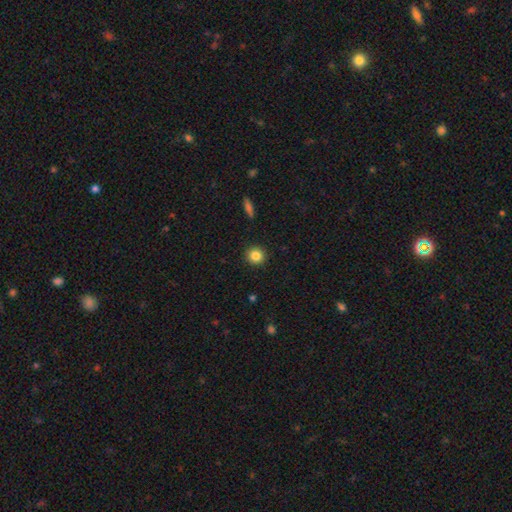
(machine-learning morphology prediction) smooth 85%, star or artifact 10%, featured or disk 5%. Down the decision tree: how rounded — round (93%); merging — none (92%).